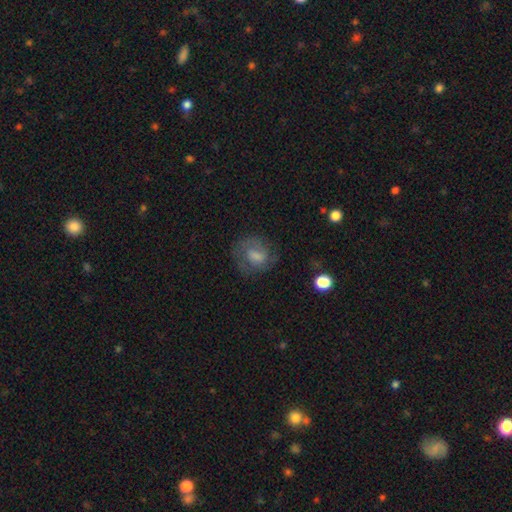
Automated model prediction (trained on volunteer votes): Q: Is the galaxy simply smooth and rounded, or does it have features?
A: smooth — 45%.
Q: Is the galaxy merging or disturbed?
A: none — 66%.